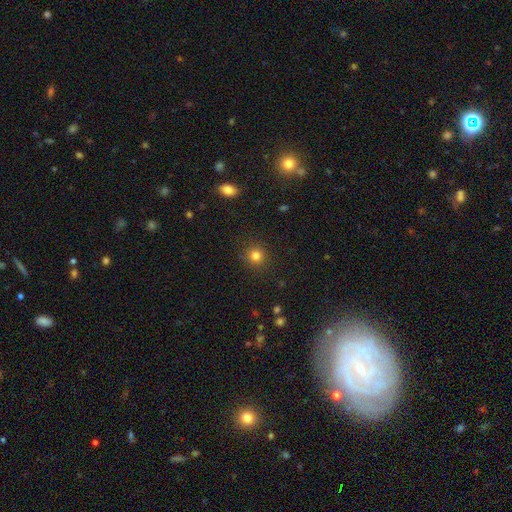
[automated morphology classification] A smooth galaxy with no disk features (81%) that is round (93%). Merging: none (90%).